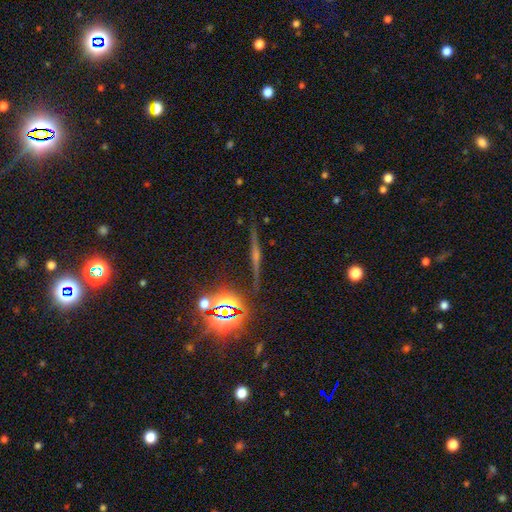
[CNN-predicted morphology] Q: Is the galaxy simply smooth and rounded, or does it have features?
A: featured or disk — 59%.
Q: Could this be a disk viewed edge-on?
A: yes — 96%.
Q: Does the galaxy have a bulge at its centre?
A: rounded — 70%.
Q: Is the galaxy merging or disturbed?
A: none — 89%.